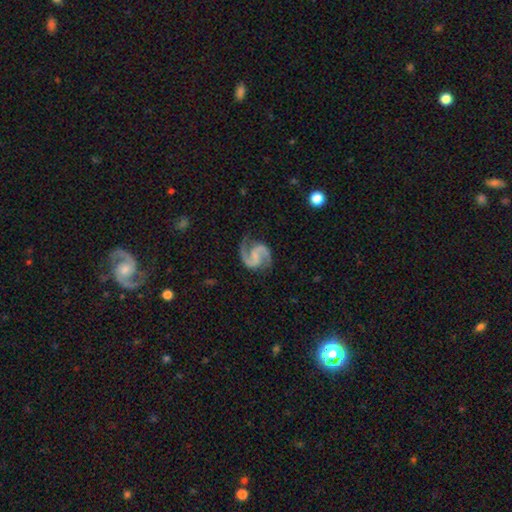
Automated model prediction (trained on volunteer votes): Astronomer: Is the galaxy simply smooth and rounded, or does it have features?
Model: featured or disk — 92%.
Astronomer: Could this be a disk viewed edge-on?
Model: no — 99%.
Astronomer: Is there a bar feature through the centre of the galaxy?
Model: weak — 43% (runner-up: no, 37%).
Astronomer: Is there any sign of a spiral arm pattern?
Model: yes — 98%.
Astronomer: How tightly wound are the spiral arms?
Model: medium — 60%.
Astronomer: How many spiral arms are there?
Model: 2 — 94%.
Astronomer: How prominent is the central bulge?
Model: none — 57%.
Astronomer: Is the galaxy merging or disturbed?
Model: none — 79%.